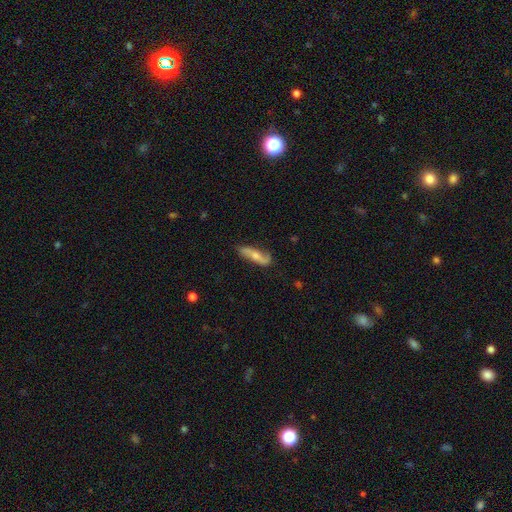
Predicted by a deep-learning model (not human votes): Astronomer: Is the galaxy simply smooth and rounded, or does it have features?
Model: featured or disk — 54% (runner-up: smooth, 40%).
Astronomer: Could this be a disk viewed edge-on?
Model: no — 73%.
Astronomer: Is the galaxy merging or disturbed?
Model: none — 69%.